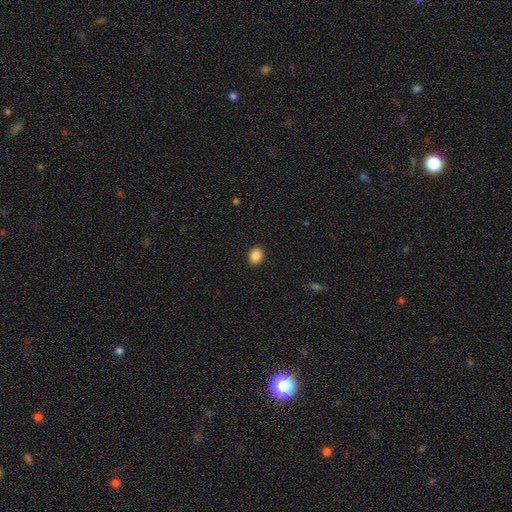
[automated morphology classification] smooth 88%, star or artifact 9%, featured or disk 4%. Down the decision tree: how rounded — in between (57%); merging — none (91%).